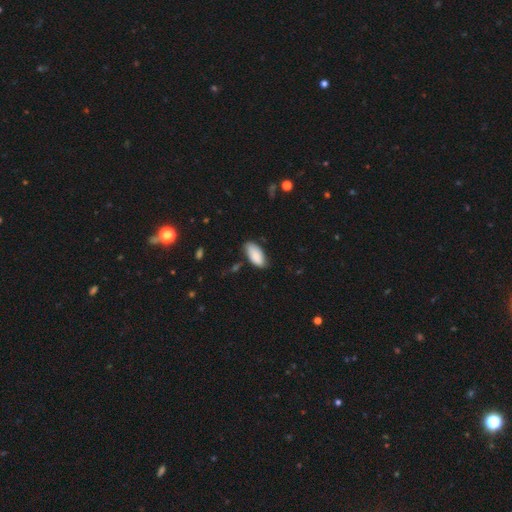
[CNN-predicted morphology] Overall: smooth (87%). How rounded: in between (92%). Merging: none (71%).